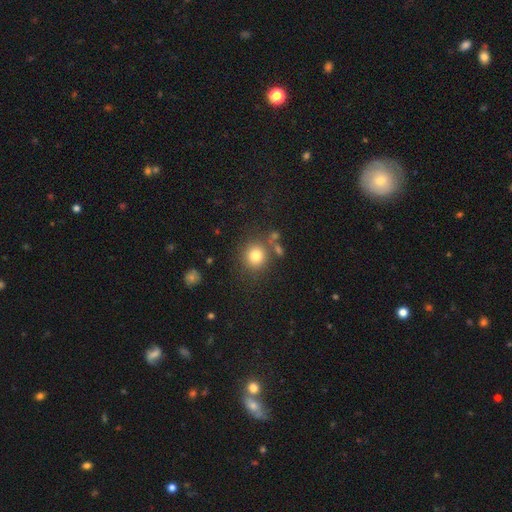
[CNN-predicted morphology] This appears to be a smooth galaxy with no disk features (79%) that is round (88%). Merging: none (78%).